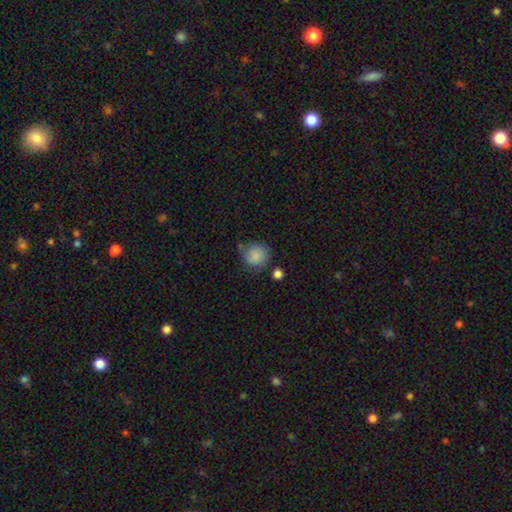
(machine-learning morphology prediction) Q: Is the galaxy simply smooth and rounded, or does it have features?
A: smooth — 84%.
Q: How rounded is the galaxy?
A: round — 86%.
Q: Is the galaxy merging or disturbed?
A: none — 63%.